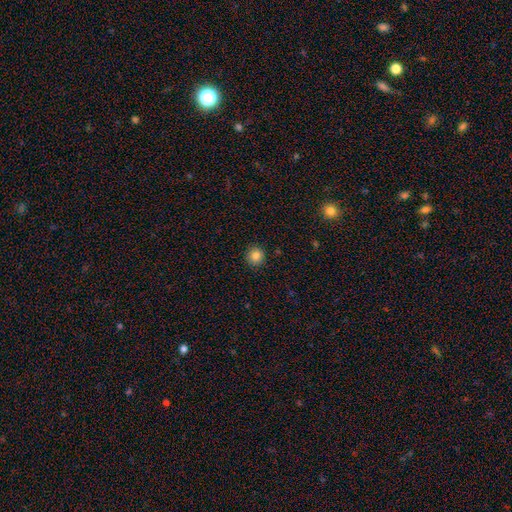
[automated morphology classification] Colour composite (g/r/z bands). It shows a smooth galaxy with no disk features (84%) that is round (91%). Merging: none (91%).